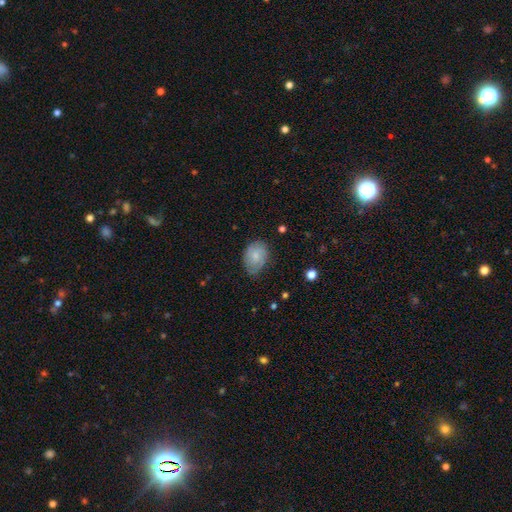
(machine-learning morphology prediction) smooth 58%, featured or disk 35%, star or artifact 7%. Down the decision tree: how rounded — in between (76%); merging — none (67%).